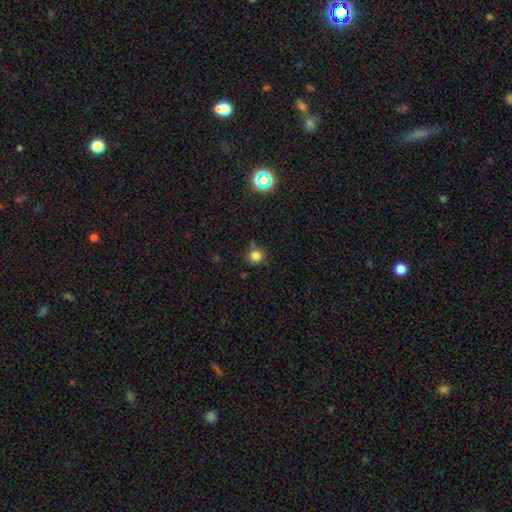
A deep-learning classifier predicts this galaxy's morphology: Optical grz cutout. It shows a smooth galaxy with no disk features (80%) that is round (90%). Merging: none (76%).